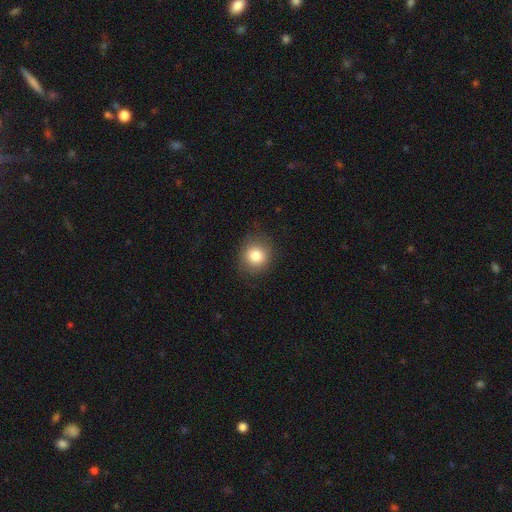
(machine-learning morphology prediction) smooth-or-featured: smooth: 82% | star or artifact: 10% | featured or disk: 8%
  how-rounded: round: 85% | in between: 14% | cigar-shaped: 1%
  merging: none: 84% | minor disturbance: 11% | major disturbance: 4% | merger: 1%